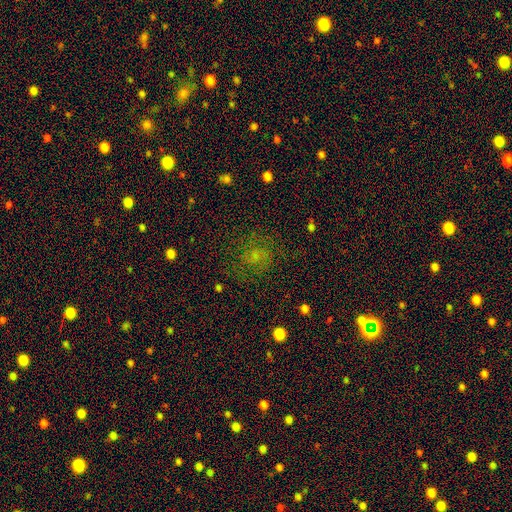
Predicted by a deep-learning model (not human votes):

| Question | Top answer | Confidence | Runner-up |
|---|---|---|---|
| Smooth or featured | smooth | 53% | star or artifact (26%) |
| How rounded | round | 72% | in between (26%) |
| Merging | none | 68% | minor disturbance (17%) |